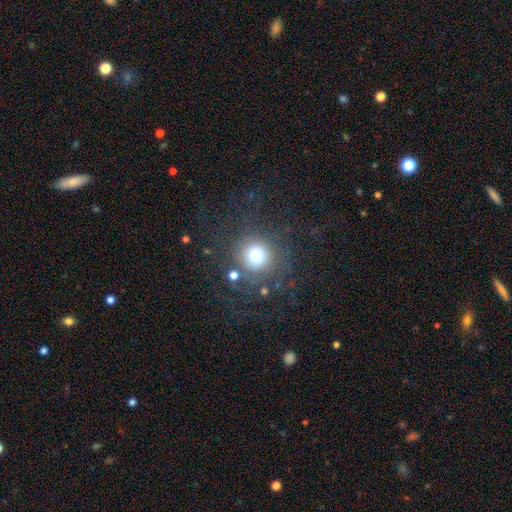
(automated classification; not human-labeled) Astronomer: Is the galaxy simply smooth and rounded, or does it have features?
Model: smooth — 71%.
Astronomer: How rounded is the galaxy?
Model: round — 89%.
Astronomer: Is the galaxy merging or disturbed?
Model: none — 73%.